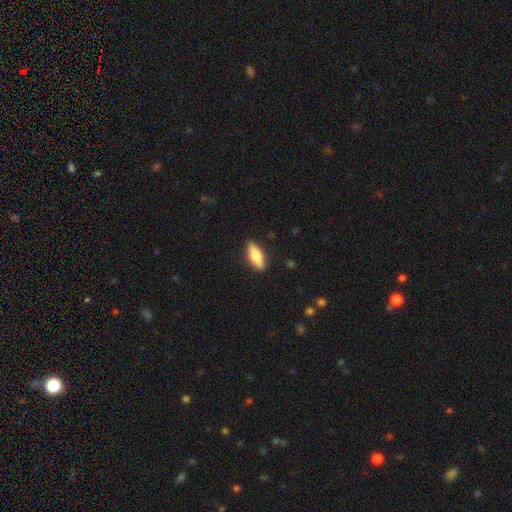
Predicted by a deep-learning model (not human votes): A smooth galaxy with no disk features (56%) that is in between round and cigar-shaped (50%).

Vote fractions:
- Smooth or featured? smooth: 56% / featured or disk: 38% / star or artifact: 6%
- How rounded? in between: 50% / cigar-shaped: 48% / round: 3%
- Merging? none: 89% / minor disturbance: 8% / major disturbance: 2% / merger: 1%